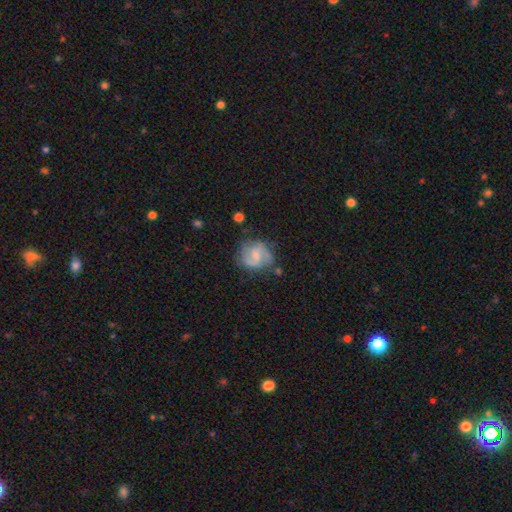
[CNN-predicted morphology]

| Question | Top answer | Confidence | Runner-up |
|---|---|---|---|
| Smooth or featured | featured or disk | 67% | smooth (26%) |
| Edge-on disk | no | 98% | yes (2%) |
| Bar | weak | 51% | no (37%) |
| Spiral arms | yes | 89% | no (11%) |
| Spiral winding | medium | 48% | loose (30%) |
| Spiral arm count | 2 | 80% | can't tell (11%) |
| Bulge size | small | 51% | moderate (37%) |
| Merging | none | 65% | minor disturbance (22%) |